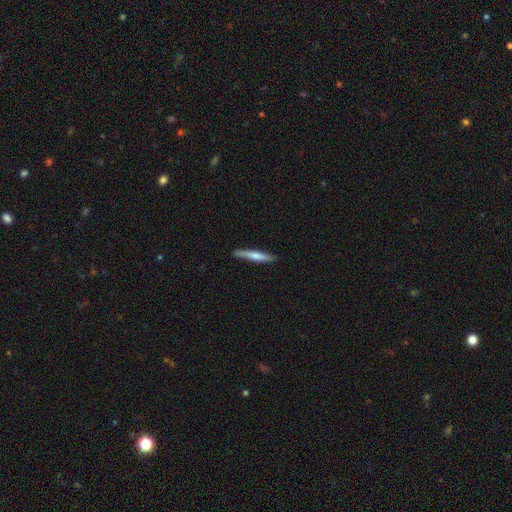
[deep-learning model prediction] smooth 55%, featured or disk 40%, star or artifact 5%. Down the decision tree: how rounded — cigar-shaped (94%); merging — none (88%).